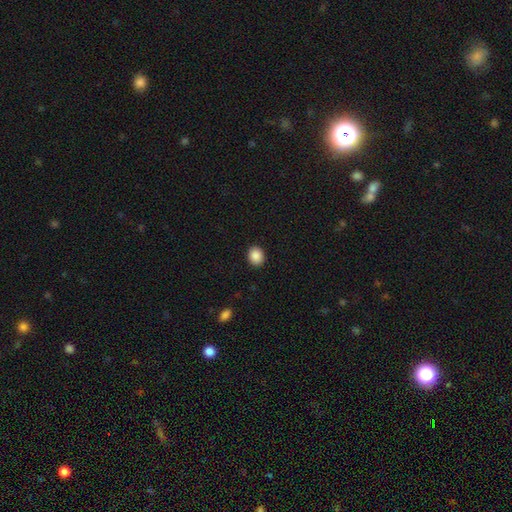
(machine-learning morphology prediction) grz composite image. It shows a smooth galaxy with no disk features (89%) that is round (61%). Merging: none (91%).